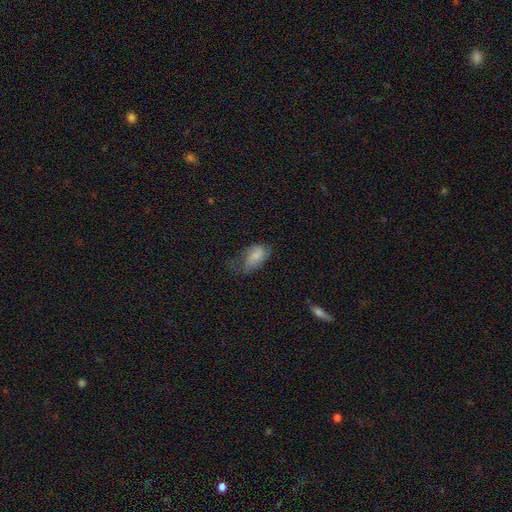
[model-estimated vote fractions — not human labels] Smooth or featured?
  - smooth: 62% *
  - featured or disk: 29%
  - star or artifact: 9%
How rounded?
  - in between: 90% *
  - round: 7%
  - cigar-shaped: 3%
Merging?
  - minor disturbance: 34% *
  - none: 33%
  - major disturbance: 30%
  - merger: 2%